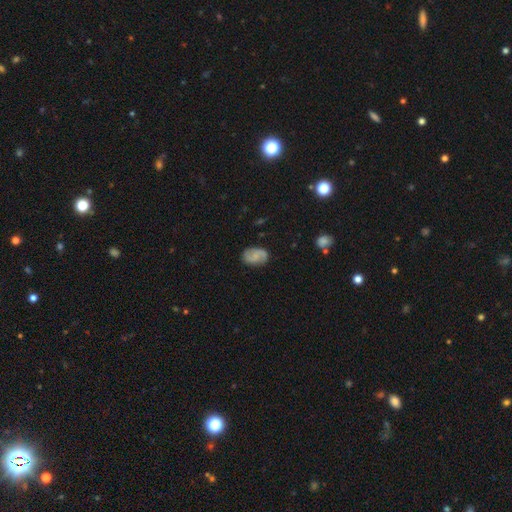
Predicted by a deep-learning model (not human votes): A featured or disk galaxy (54%) with no bar (52%), spiral arms (90%) and a small central bulge (47%). Merging: none (81%).